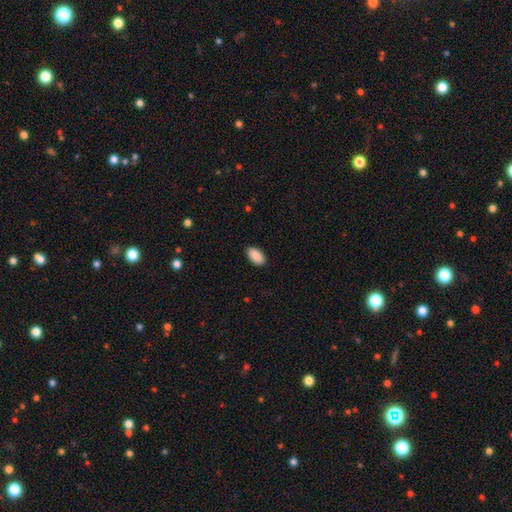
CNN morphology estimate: smooth 90%, star or artifact 6%, featured or disk 3%. Down the decision tree: how rounded — in between (95%); merging — none (89%).